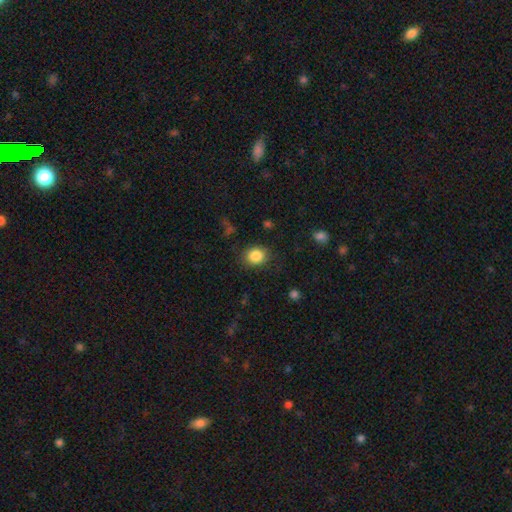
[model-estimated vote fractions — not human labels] Overall: smooth (85%). How rounded: round (64%; in between 35%). Merging: none (84%).